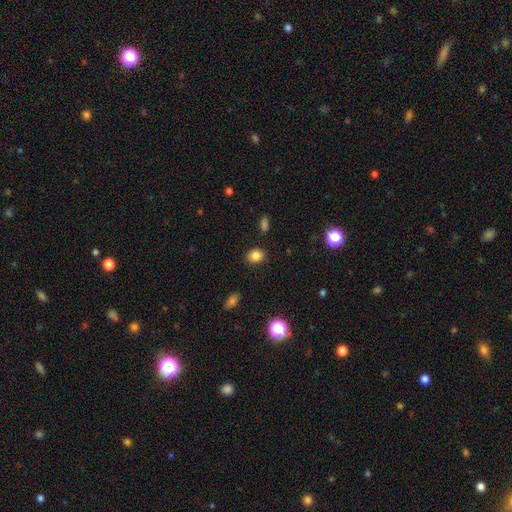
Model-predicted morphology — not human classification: Smooth or featured: smooth — 83% (star or artifact — 11%)
How rounded: round — 55% (in between — 44%)
Merging: none — 88% (minor disturbance — 8%)